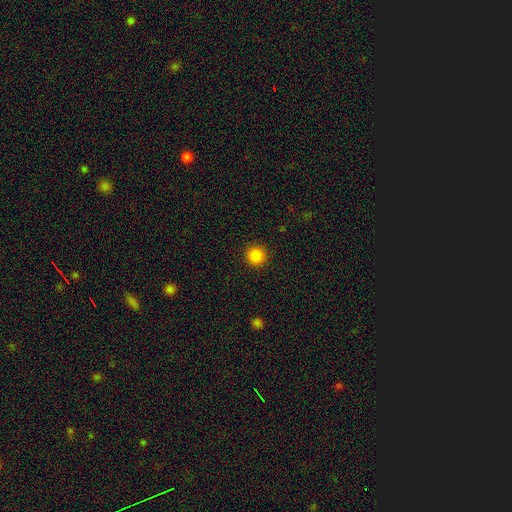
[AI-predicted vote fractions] Smooth or featured?
  - smooth: 86% *
  - star or artifact: 11%
  - featured or disk: 3%
How rounded?
  - round: 95% *
  - in between: 4%
  - cigar-shaped: 1%
Merging?
  - none: 92% *
  - minor disturbance: 5%
  - major disturbance: 2%
  - merger: 1%